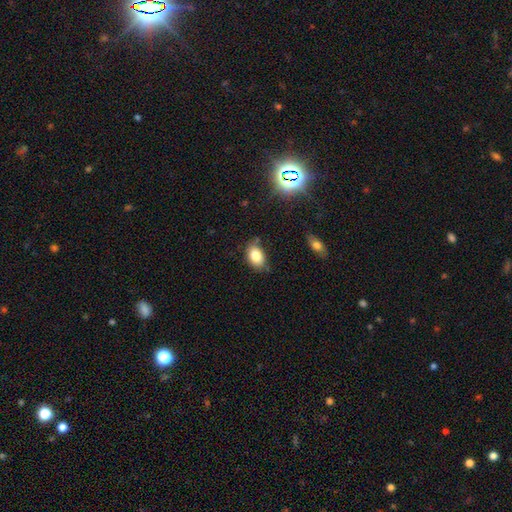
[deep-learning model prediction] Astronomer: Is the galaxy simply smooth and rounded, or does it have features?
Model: smooth — 82%.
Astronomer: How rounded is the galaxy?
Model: in between — 86%.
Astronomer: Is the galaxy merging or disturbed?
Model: none — 76%.